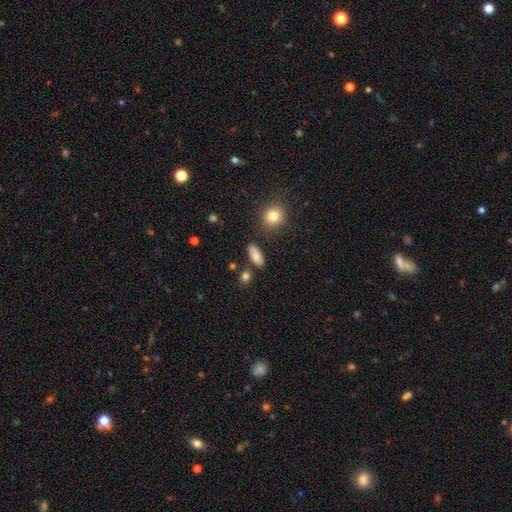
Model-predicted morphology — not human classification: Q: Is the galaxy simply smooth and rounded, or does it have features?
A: smooth — 83%.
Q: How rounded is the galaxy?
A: in between — 87%.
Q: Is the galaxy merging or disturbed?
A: none — 80%.